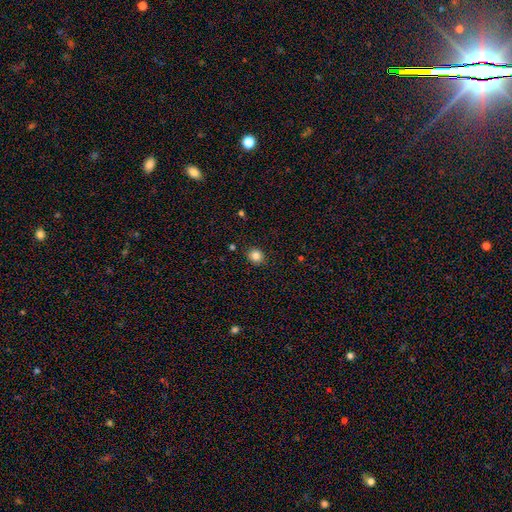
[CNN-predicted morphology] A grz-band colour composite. It shows a smooth galaxy with no disk features (84%) that is round (80%). Merging: none (89%).